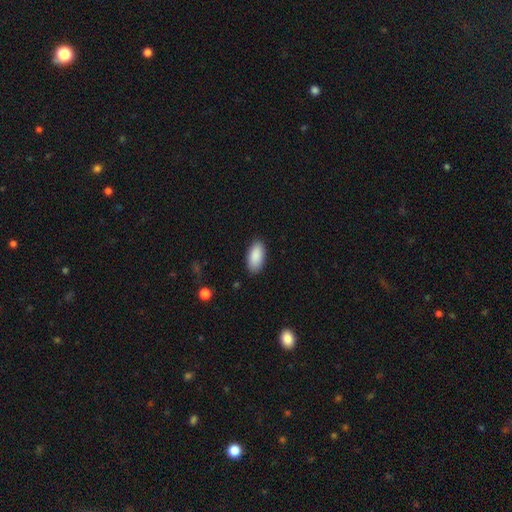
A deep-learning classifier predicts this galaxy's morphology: type=smooth (90%); roundness=in between (93%); merging=none (87%).